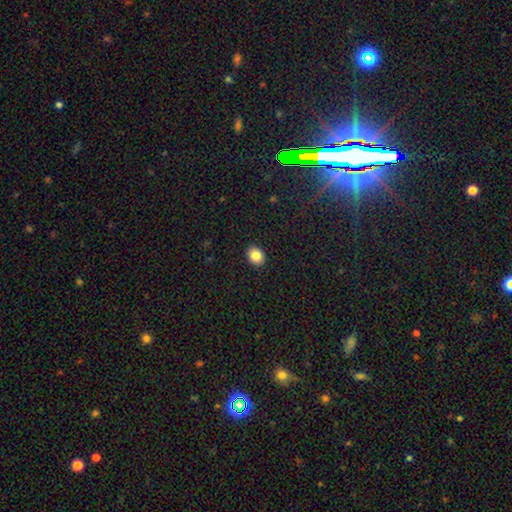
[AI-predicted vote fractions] A smooth galaxy with no disk features (85%) that is round (51%). Merging: none (91%).